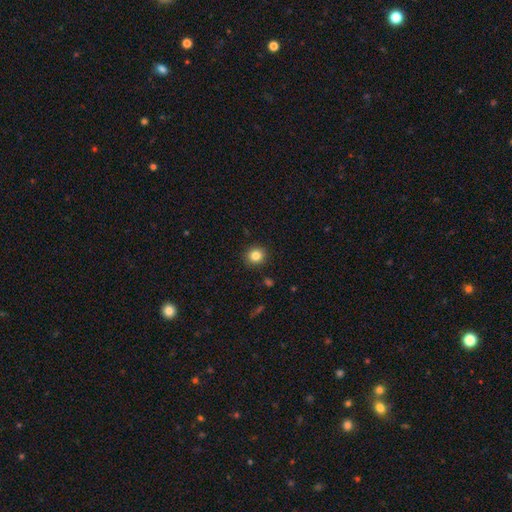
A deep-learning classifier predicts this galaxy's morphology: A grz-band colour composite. It shows a smooth galaxy with no disk features (84%) that is round (86%). Merging: none (91%).